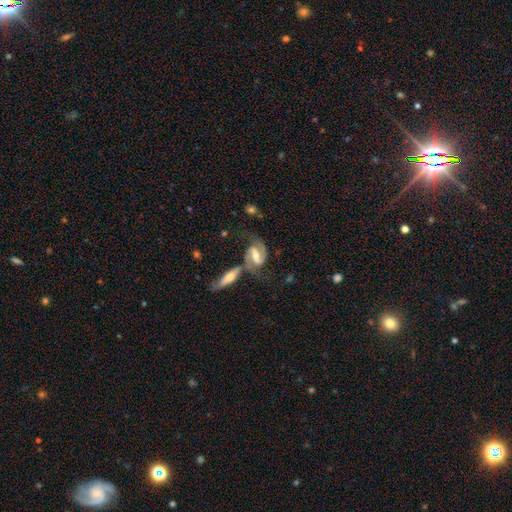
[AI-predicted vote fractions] featured or disk 84%, smooth 11%, star or artifact 6%. Down the decision tree: edge-on disk — no (95%); bar — strong (46%); spiral arms — yes (95%); spiral arm count — 2 (91%); spiral winding — medium (55%); bulge size — moderate (51%); merging — none (52%).